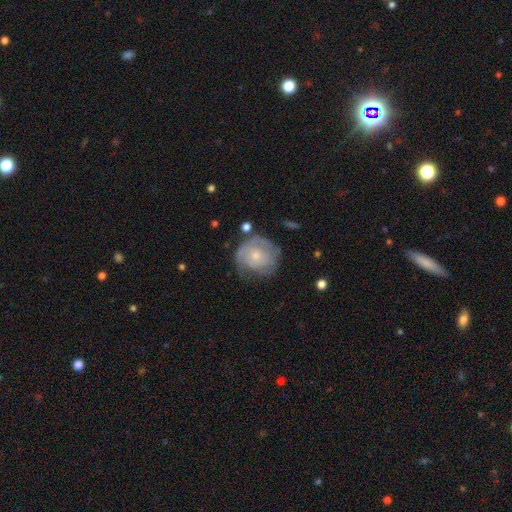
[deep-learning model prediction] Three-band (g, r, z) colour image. It shows a featured or disk galaxy (57%) with no bar (81%), spiral arms (70%) and a small central bulge (61%). Merging: none (57%).